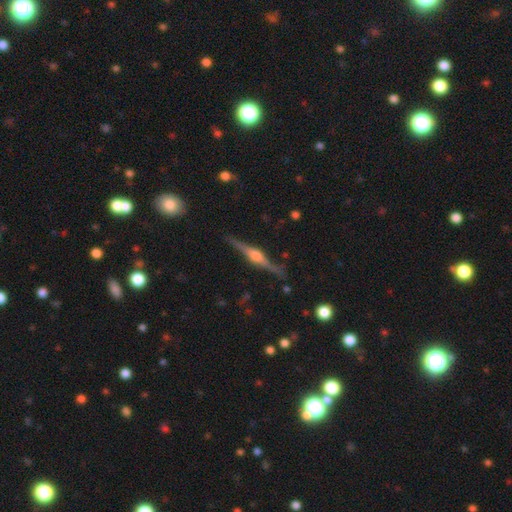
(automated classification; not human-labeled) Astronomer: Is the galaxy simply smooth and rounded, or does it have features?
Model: featured or disk — 85%.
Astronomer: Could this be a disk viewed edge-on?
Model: yes — 98%.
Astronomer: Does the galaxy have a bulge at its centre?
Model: rounded — 92%.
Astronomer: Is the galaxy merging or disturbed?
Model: none — 87%.